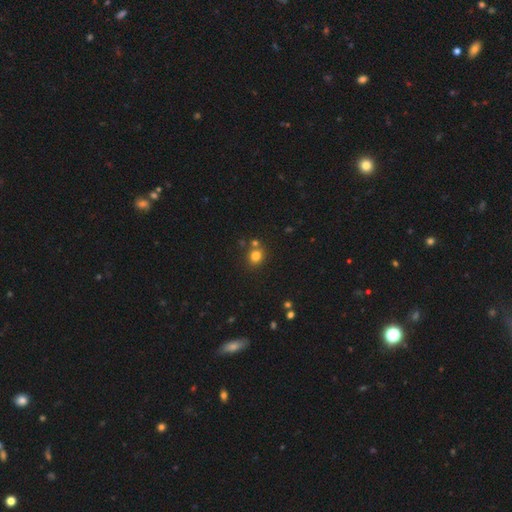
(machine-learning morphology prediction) A smooth galaxy with no disk features (80%) that is round (77%). Merging: none (73%).